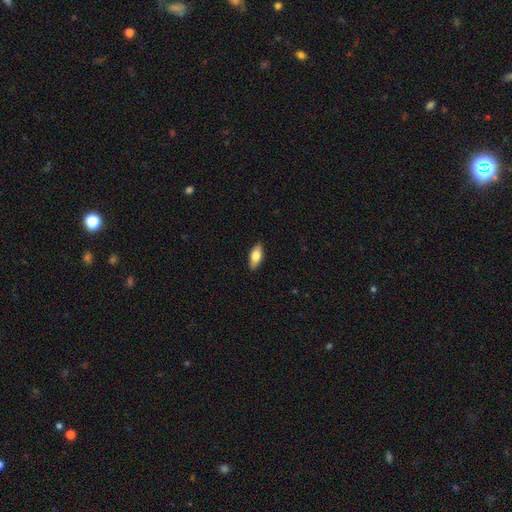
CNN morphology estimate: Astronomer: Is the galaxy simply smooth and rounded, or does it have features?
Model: smooth — 74%.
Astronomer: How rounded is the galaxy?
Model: in between — 82%.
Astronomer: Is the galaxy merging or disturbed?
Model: none — 88%.